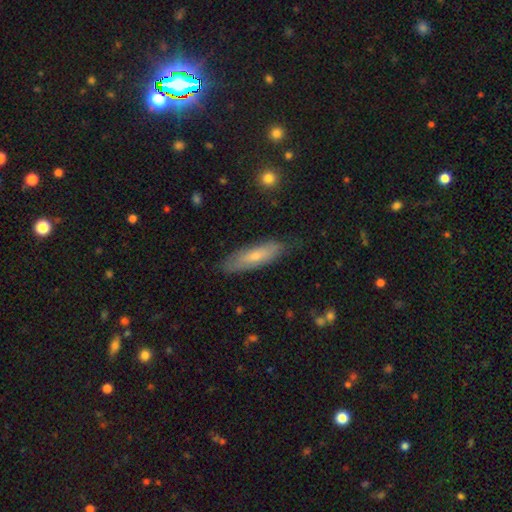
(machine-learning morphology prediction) This appears to be a smooth galaxy with no disk features (55%) that is cigar-shaped (62%). Merging: none (79%).